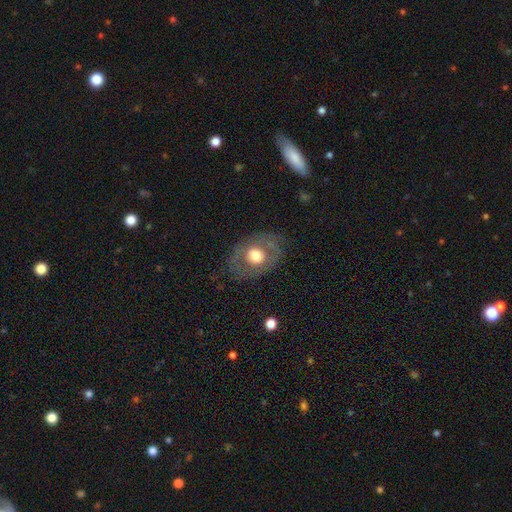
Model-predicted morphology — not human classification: smooth_or_featured: smooth (p=0.53) [alt: featured or disk p=0.40]
how_rounded: in between (p=0.56) [alt: round p=0.43]
merging: none (p=0.75) [alt: minor disturbance p=0.15]